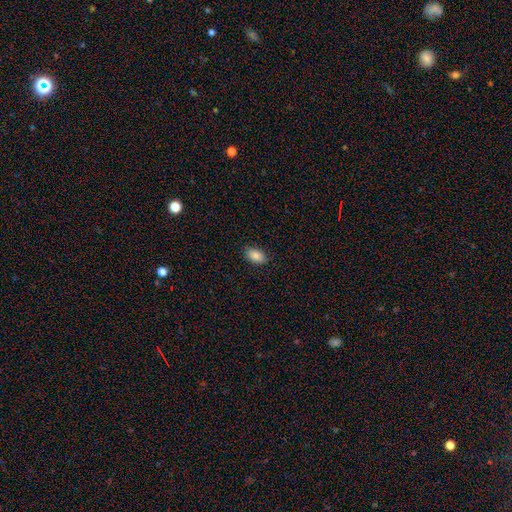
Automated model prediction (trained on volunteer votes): Smooth or featured: smooth — 85% (star or artifact — 8%)
How rounded: in between — 92% (round — 7%)
Merging: none — 85% (minor disturbance — 11%)